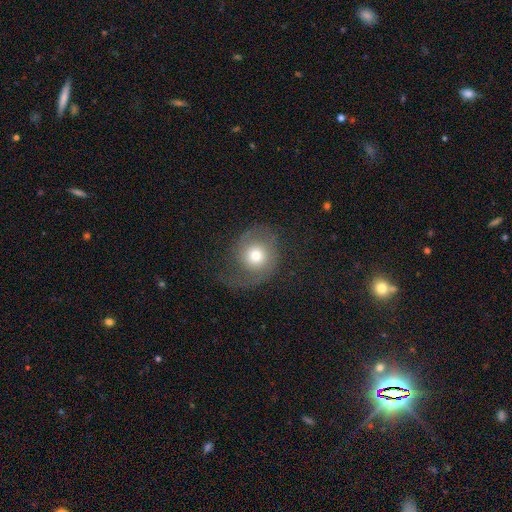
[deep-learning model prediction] smooth_or_featured: featured or disk (p=0.47) [alt: smooth p=0.44]
merging: none (p=0.49) [alt: major disturbance p=0.30]